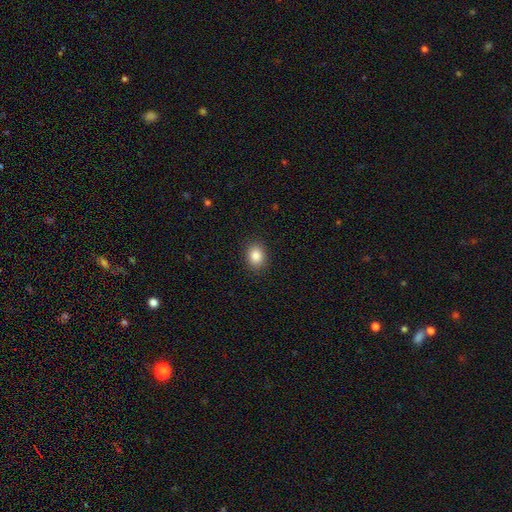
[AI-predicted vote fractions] This appears to be a smooth galaxy with no disk features (85%) that is in between round and cigar-shaped (51%). Merging: none (89%).